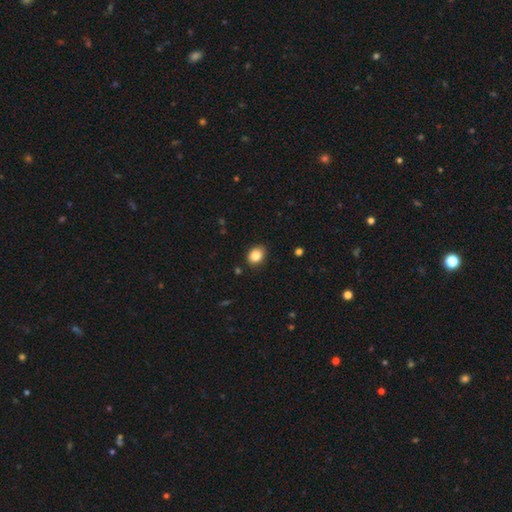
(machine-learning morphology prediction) smooth-or-featured: smooth: 86% | star or artifact: 9% | featured or disk: 5%
  how-rounded: in between: 55% | round: 44% | cigar-shaped: 1%
  merging: none: 85% | minor disturbance: 12% | major disturbance: 2% | merger: 1%